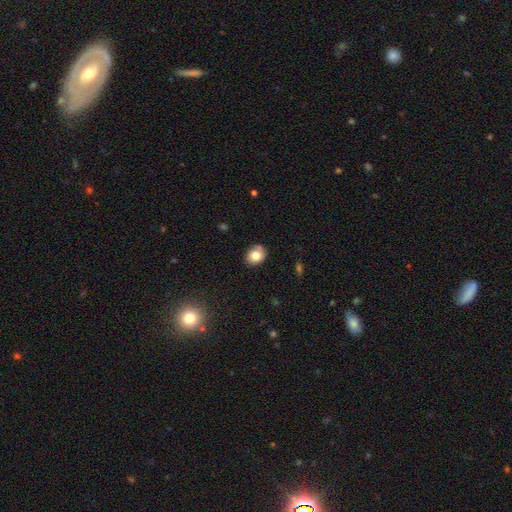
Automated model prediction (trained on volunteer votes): Smooth or featured? Predicted: smooth (p=0.80). How rounded? Predicted: round (p=0.62). Merging? Predicted: none (p=0.77).